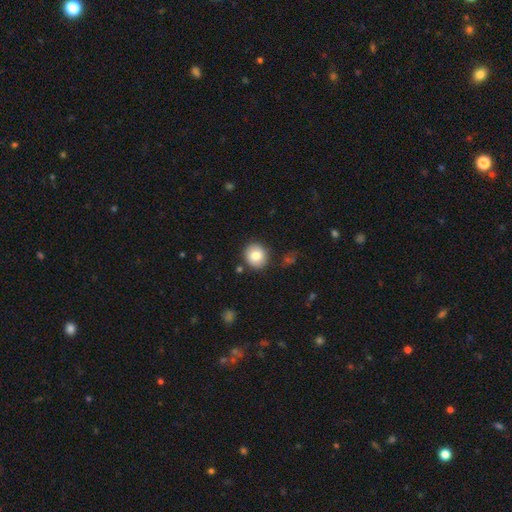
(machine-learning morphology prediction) Q: Smooth or featured?
A: smooth (80%); runner-up: featured or disk (11%)
Q: How rounded?
A: round (84%); runner-up: in between (16%)
Q: Merging?
A: none (85%); runner-up: minor disturbance (10%)